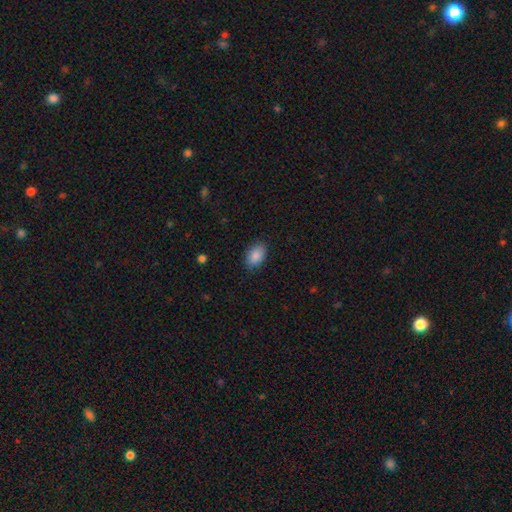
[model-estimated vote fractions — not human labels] Overall: smooth (88%). How rounded: in between (89%). Merging: none (85%).